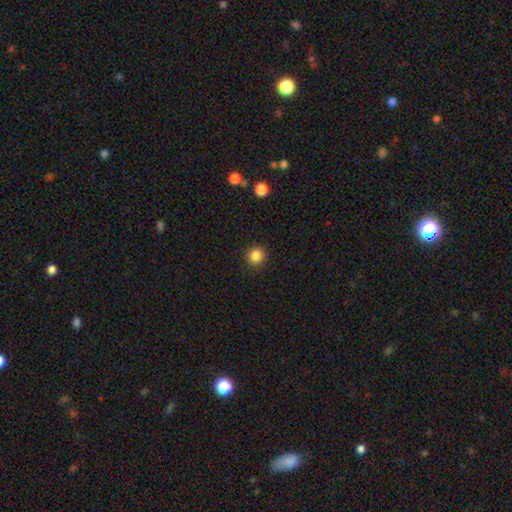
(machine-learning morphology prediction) Smooth or featured: smooth — 86% (star or artifact — 11%)
How rounded: round — 92% (in between — 7%)
Merging: none — 89% (minor disturbance — 8%)